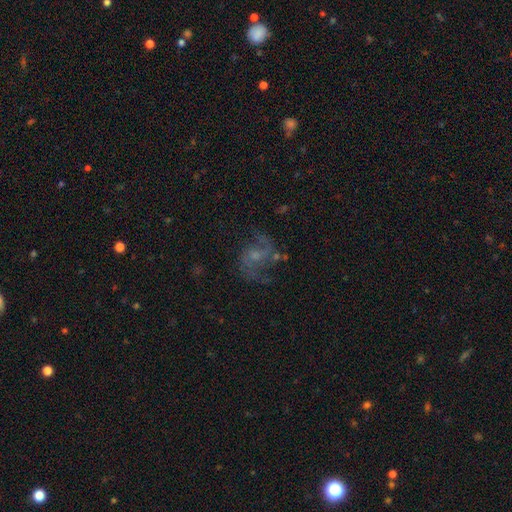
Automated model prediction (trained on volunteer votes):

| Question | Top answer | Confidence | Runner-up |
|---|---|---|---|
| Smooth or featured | featured or disk | 71% | smooth (15%) |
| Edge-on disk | no | 98% | yes (2%) |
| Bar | no | 59% | weak (35%) |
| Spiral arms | yes | 86% | no (14%) |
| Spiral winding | loose | 52% | medium (40%) |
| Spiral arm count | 2 | 77% | can't tell (10%) |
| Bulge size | small | 50% | moderate (32%) |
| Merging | none | 57% | major disturbance (21%) |